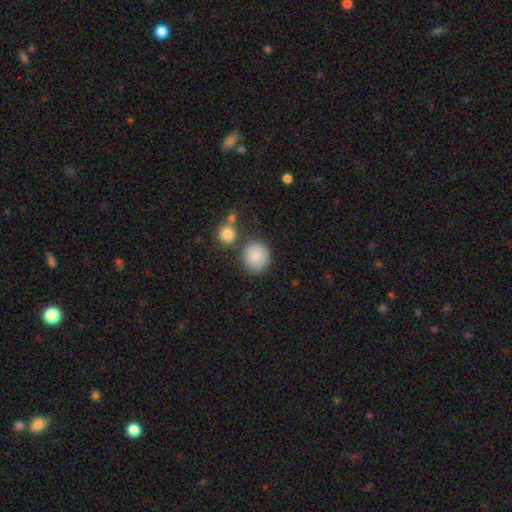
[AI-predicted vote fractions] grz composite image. It shows a smooth galaxy with no disk features (85%) that is round (87%). Merging: none (74%).